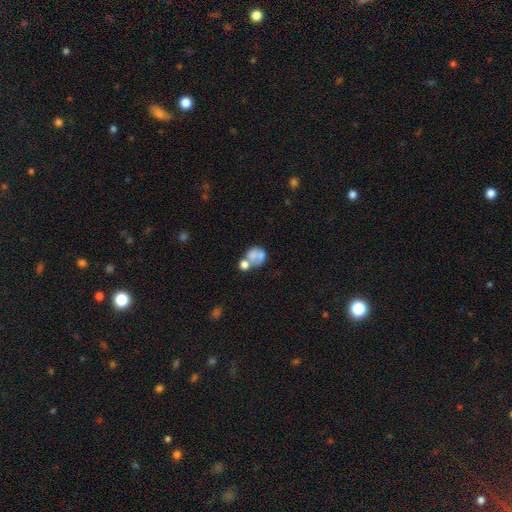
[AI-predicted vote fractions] smooth 58%, featured or disk 31%, star or artifact 11%. Down the decision tree: how rounded — round (56%); merging — merger (51%).